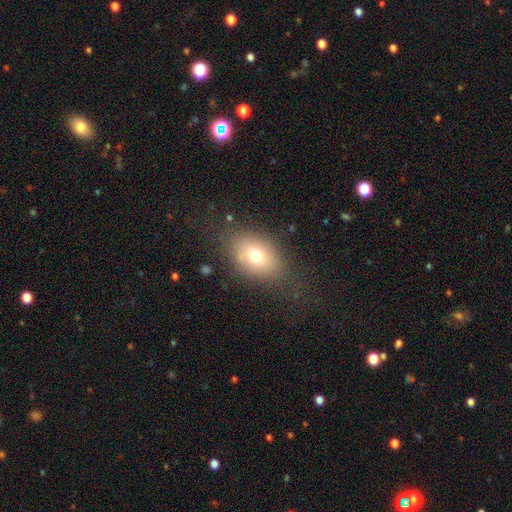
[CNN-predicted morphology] A smooth galaxy with no disk features (72%) that is in between round and cigar-shaped (78%).

Vote fractions:
- Smooth or featured? smooth: 72% / featured or disk: 17% / star or artifact: 11%
- How rounded? in between: 78% / round: 20% / cigar-shaped: 2%
- Merging? none: 72% / minor disturbance: 17% / major disturbance: 9% / merger: 2%